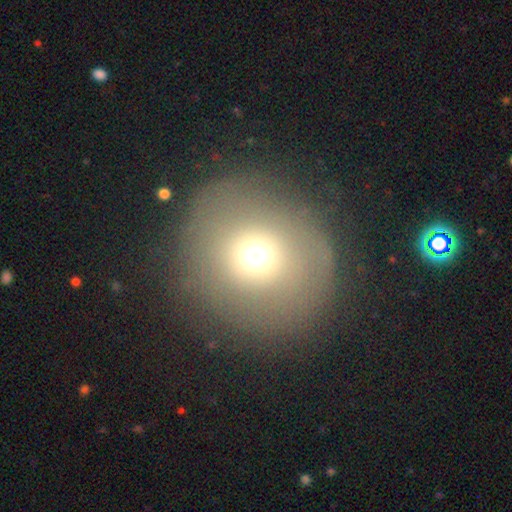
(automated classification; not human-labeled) smooth 62%, star or artifact 20%, featured or disk 18%. Down the decision tree: how rounded — round (81%); merging — none (75%).